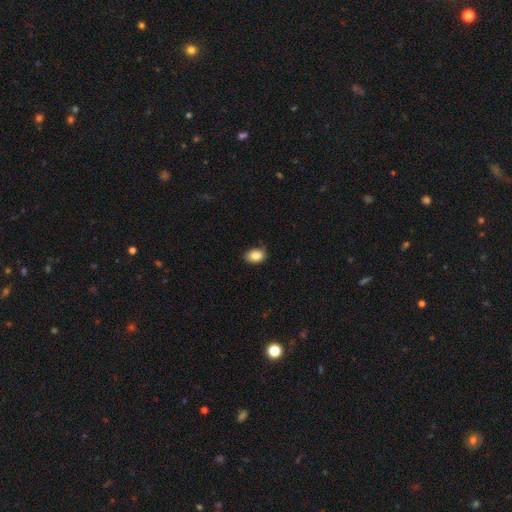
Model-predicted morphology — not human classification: This is clearly a smooth galaxy (84%). How rounded: likely in between (70%). Merging: likely none (77%).